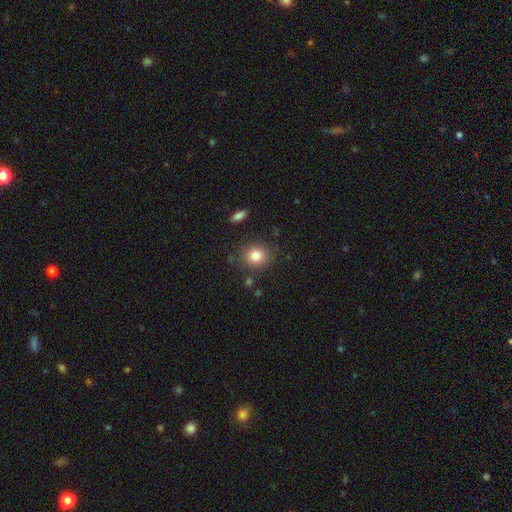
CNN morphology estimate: Smooth or featured?
  - smooth: 81% *
  - star or artifact: 11%
  - featured or disk: 8%
How rounded?
  - round: 78% *
  - in between: 21%
  - cigar-shaped: 1%
Merging?
  - none: 85% *
  - minor disturbance: 9%
  - major disturbance: 3%
  - merger: 3%